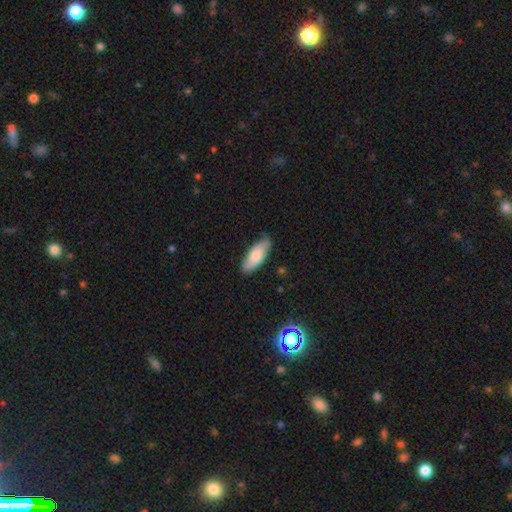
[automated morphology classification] Smooth or featured: smooth — 76% (featured or disk — 19%)
How rounded: in between — 77% (cigar-shaped — 21%)
Merging: none — 81% (minor disturbance — 15%)